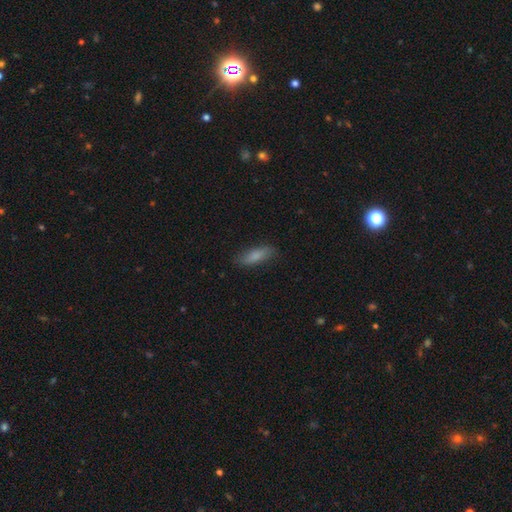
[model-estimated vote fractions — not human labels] Overall: smooth (83%). How rounded: in between (57%; cigar-shaped 41%). Merging: none (82%).